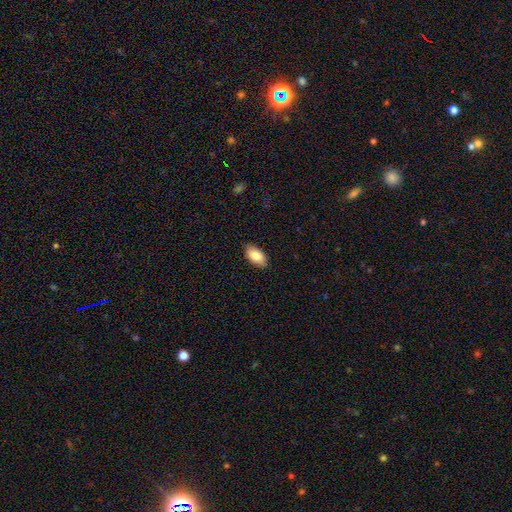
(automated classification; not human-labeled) Morphology: type=smooth (83%); roundness=in between (94%); merging=none (89%).